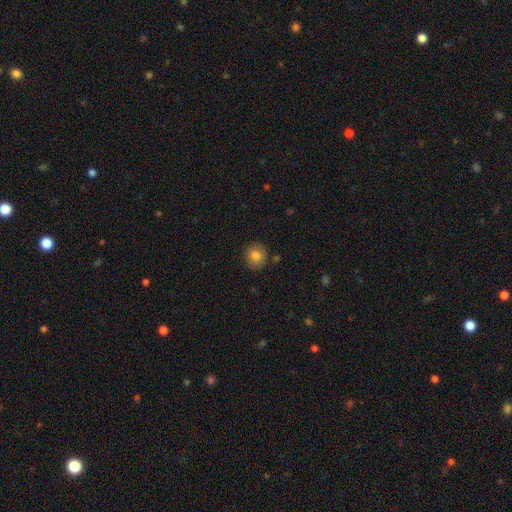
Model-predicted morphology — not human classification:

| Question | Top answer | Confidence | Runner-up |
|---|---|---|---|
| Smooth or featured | smooth | 83% | star or artifact (10%) |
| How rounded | round | 86% | in between (13%) |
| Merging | none | 87% | minor disturbance (9%) |